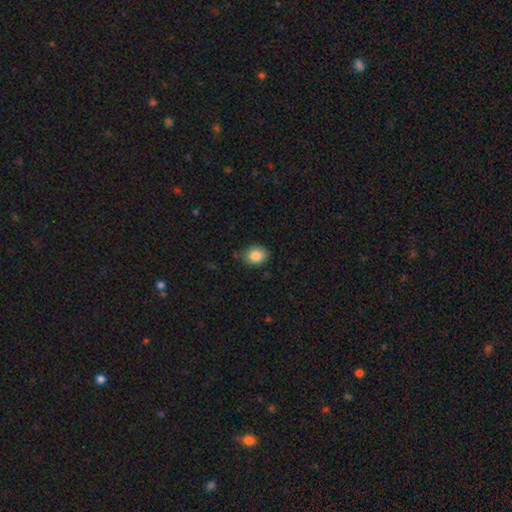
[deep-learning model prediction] A smooth galaxy with no disk features (86%) that is in between round and cigar-shaped (56%). Merging: none (81%).